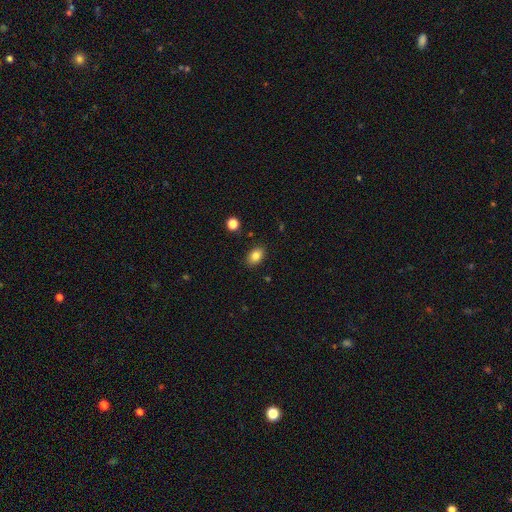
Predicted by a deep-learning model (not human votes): smooth_or_featured: smooth (p=0.83) [alt: star or artifact p=0.09]
how_rounded: in between (p=0.84) [alt: round p=0.15]
merging: none (p=0.87) [alt: minor disturbance p=0.09]